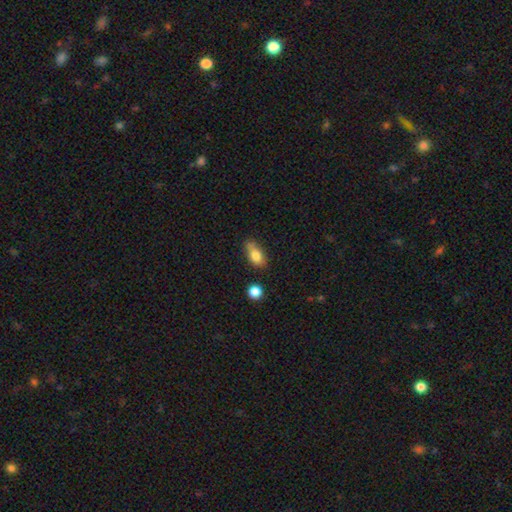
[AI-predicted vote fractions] Smooth or featured: smooth — 79% (featured or disk — 12%)
How rounded: in between — 81% (round — 10%)
Merging: none — 50% (minor disturbance — 31%)